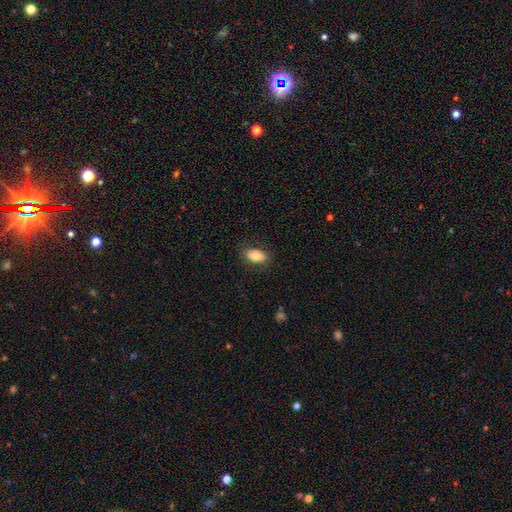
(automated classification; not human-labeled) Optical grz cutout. It shows a smooth galaxy with no disk features (79%) that is in between round and cigar-shaped (91%). Merging: none (85%).